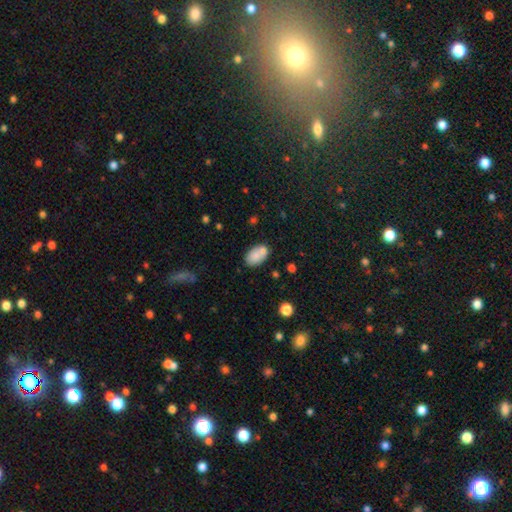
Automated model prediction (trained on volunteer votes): Smooth or featured? Predicted: smooth (p=0.81). How rounded? Predicted: in between (p=0.89). Merging? Predicted: none (p=0.61).